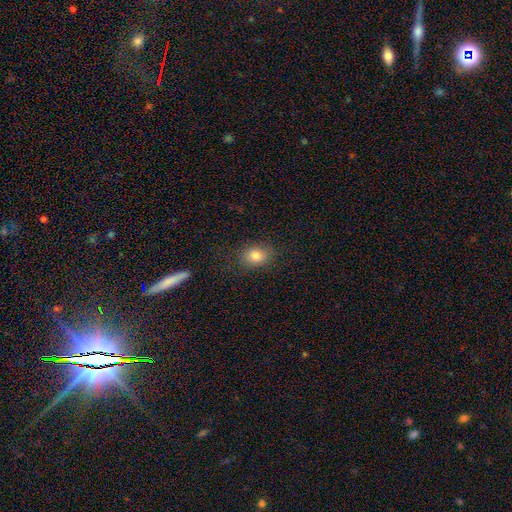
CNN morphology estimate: Smooth or featured: smooth — 81% (star or artifact — 11%)
How rounded: in between — 58% (round — 41%)
Merging: none — 83% (minor disturbance — 12%)